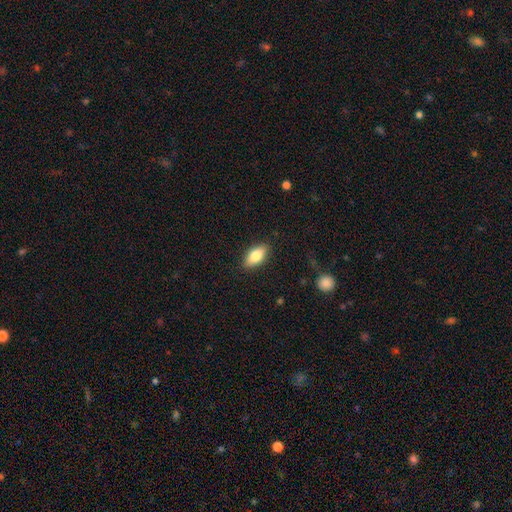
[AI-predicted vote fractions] Overall: smooth (80%). How rounded: in between (87%). Merging: none (87%).